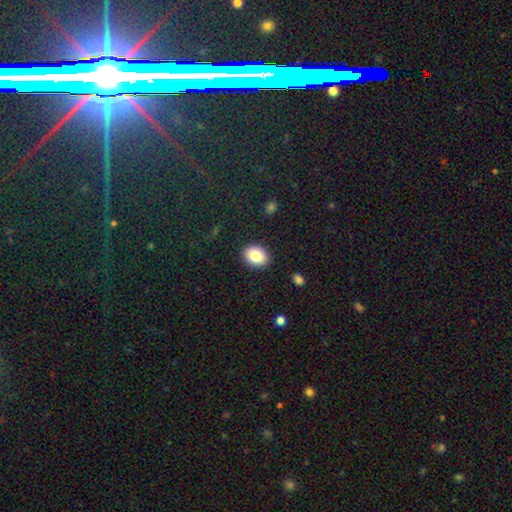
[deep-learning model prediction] smooth 84%, featured or disk 8%, star or artifact 8%. Down the decision tree: how rounded — in between (66%); merging — none (90%).